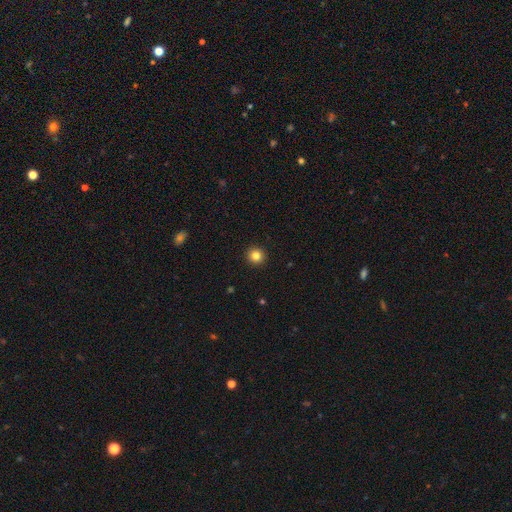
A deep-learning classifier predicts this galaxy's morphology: Q: Smooth or featured?
A: smooth (84%); runner-up: star or artifact (11%)
Q: How rounded?
A: round (95%); runner-up: in between (4%)
Q: Merging?
A: none (93%); runner-up: minor disturbance (4%)